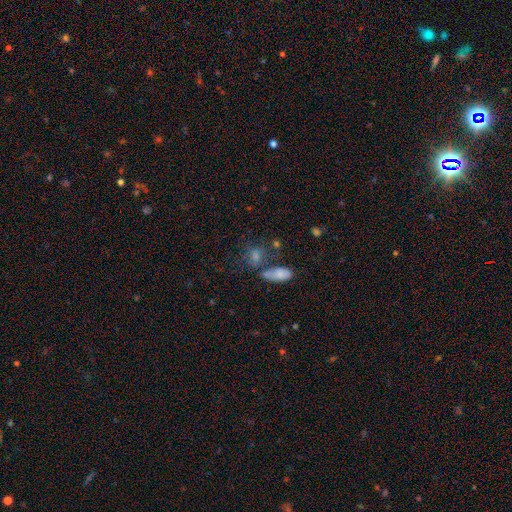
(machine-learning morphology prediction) A smooth galaxy with no disk features (60%) that is in between round and cigar-shaped (65%).

Vote fractions:
- Smooth or featured? smooth: 60% / star or artifact: 22% / featured or disk: 18%
- How rounded? in between: 65% / round: 27% / cigar-shaped: 7%
- Merging? none: 46% / merger: 29% / minor disturbance: 15% / major disturbance: 10%